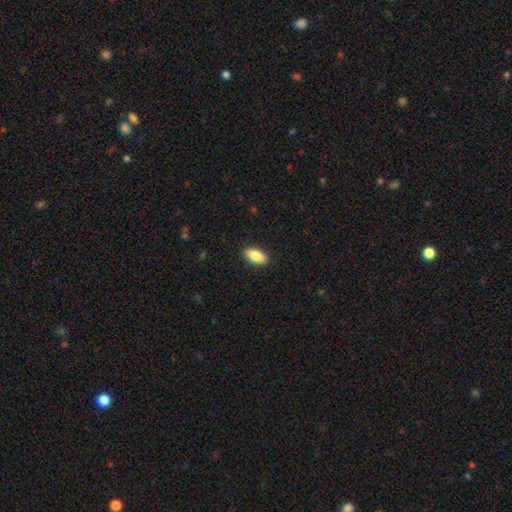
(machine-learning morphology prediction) A smooth galaxy with no disk features (87%) that is in between round and cigar-shaped (92%).

Vote fractions:
- Smooth or featured? smooth: 87% / featured or disk: 7% / star or artifact: 7%
- How rounded? in between: 92% / cigar-shaped: 5% / round: 3%
- Merging? none: 90% / minor disturbance: 7% / major disturbance: 2% / merger: 1%